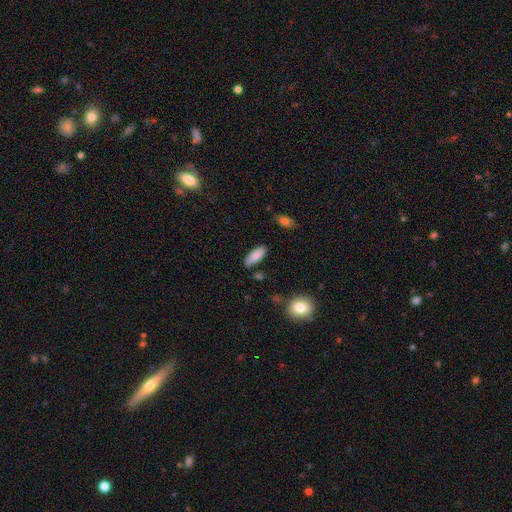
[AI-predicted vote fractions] Smooth or featured? Predicted: smooth (p=0.85). How rounded? Predicted: in between (p=0.70). Merging? Predicted: none (p=0.81).